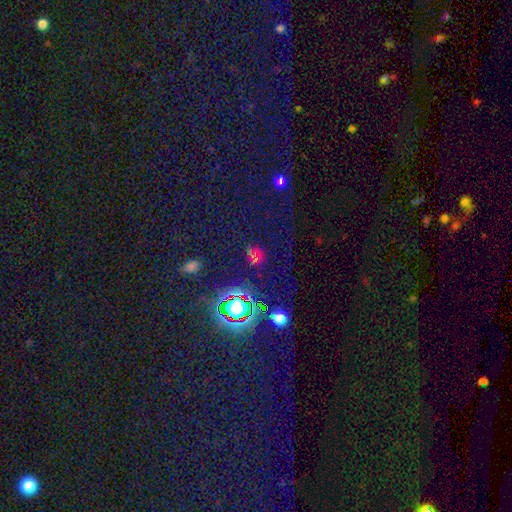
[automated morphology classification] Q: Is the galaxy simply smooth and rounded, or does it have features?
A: star or artifact — 57%.